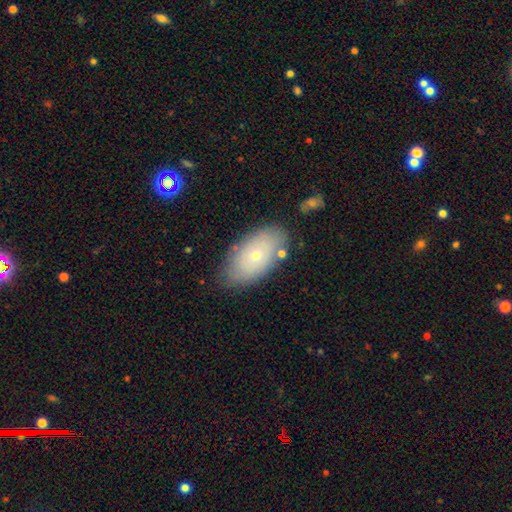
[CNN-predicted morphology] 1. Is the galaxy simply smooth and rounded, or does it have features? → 57% smooth, 35% featured or disk, 8% star or artifact.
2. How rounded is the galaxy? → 93% in between, 5% round, 2% cigar-shaped.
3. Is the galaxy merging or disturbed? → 77% none, 16% minor disturbance, 4% major disturbance, 3% merger.